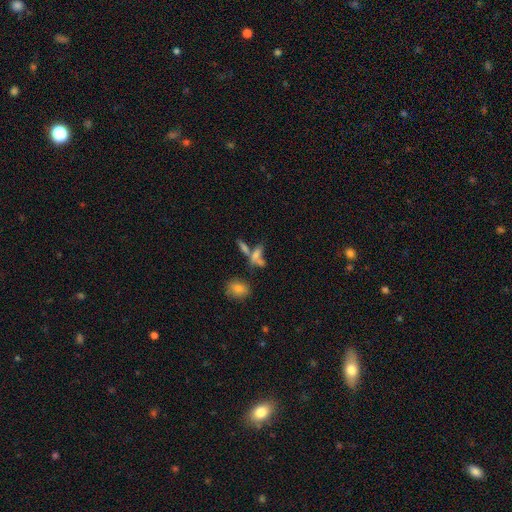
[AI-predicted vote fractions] Morphology: type=smooth (59%); roundness=cigar-shaped (48%); merging=merger (40%).